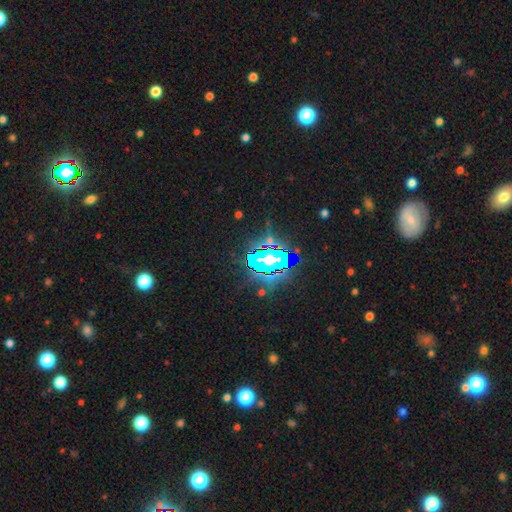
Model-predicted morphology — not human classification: Smooth or featured: star or artifact — 85% (smooth — 8%)